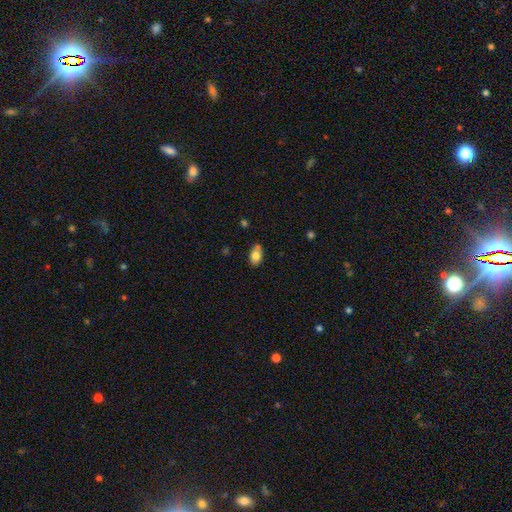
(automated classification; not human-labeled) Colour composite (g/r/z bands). It shows a smooth galaxy with no disk features (80%) that is in between round and cigar-shaped (87%). Merging: none (68%).